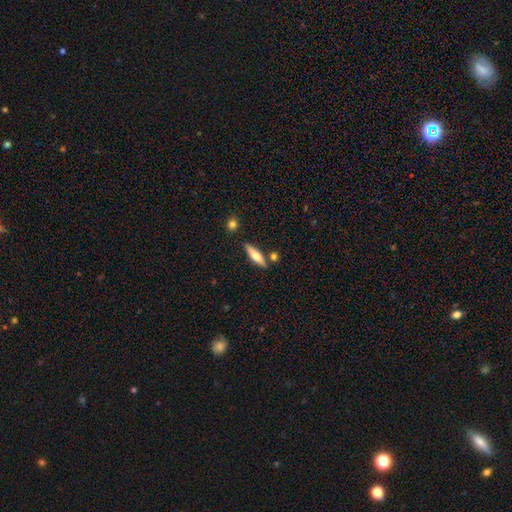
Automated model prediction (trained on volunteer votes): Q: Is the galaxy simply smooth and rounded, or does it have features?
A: smooth — 51%.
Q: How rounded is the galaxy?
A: cigar-shaped — 72%.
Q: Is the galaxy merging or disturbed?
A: none — 81%.